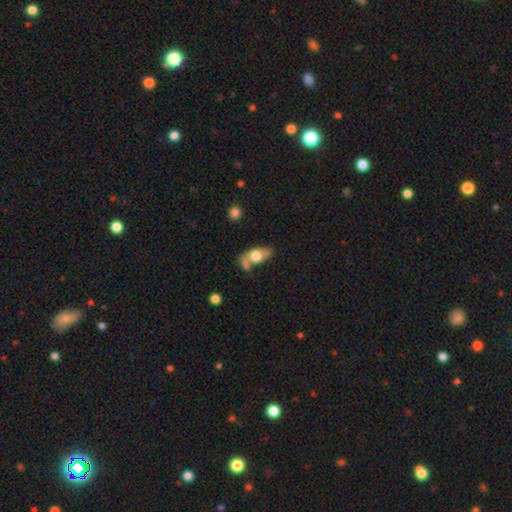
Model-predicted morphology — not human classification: Q: Smooth or featured?
A: smooth (60%); runner-up: featured or disk (32%)
Q: How rounded?
A: in between (84%); runner-up: round (10%)
Q: Merging?
A: none (38%); runner-up: merger (28%)